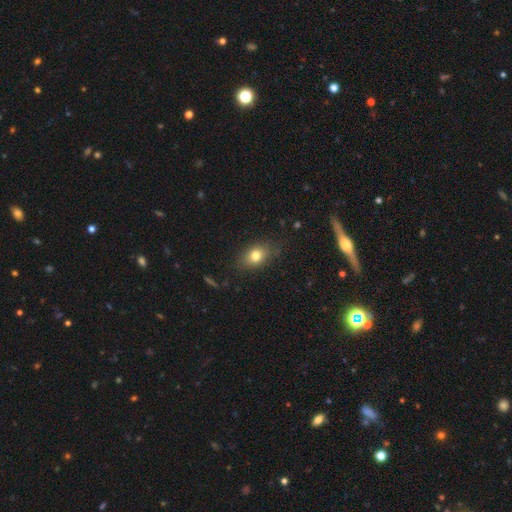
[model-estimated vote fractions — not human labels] Smooth or featured?
  - smooth: 77% *
  - featured or disk: 12%
  - star or artifact: 11%
How rounded?
  - in between: 69% *
  - round: 29%
  - cigar-shaped: 2%
Merging?
  - none: 78% *
  - minor disturbance: 16%
  - major disturbance: 4%
  - merger: 1%